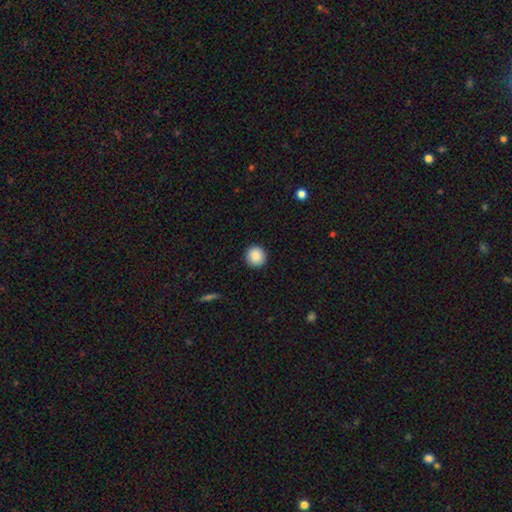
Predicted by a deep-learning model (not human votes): Smooth or featured? smooth (89%)
How rounded? round (94%)
Merging? none (92%)